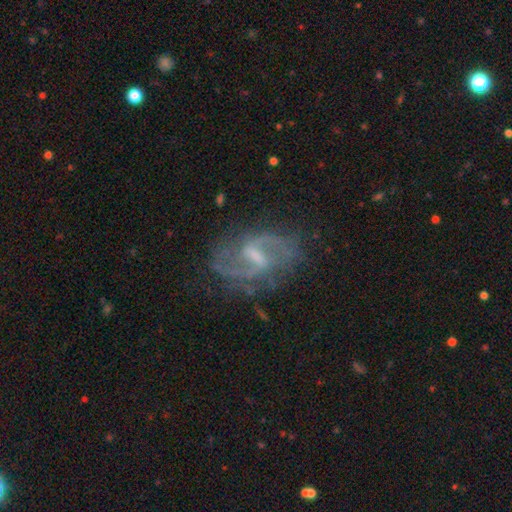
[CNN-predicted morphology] This appears to be a featured or disk galaxy (86%) with a weak bar (55%), 2 (83%) medium (49%) spiral arms (93%) and a small central bulge (37%). Merging: none (68%).